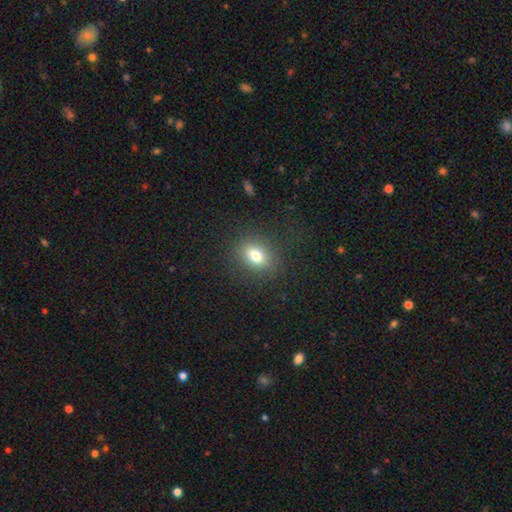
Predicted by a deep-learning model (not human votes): Smooth or featured: smooth — 78% (star or artifact — 12%)
How rounded: in between — 61% (round — 37%)
Merging: none — 85% (minor disturbance — 9%)